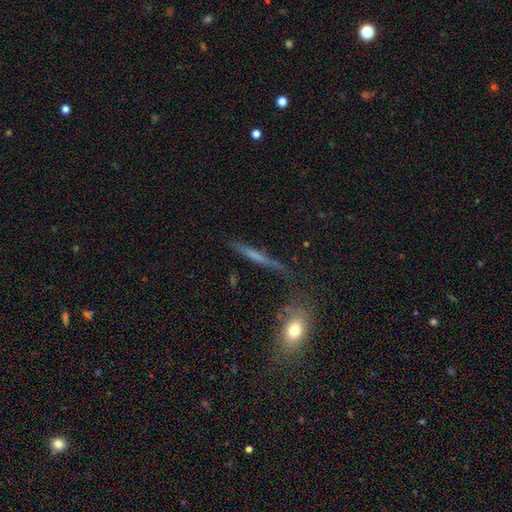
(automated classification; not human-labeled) A featured or disk galaxy (45%, tied with smooth). Merging: none (75%).